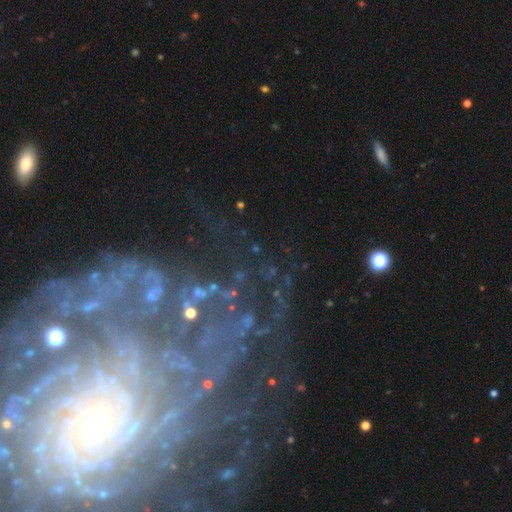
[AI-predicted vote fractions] Q: Smooth or featured?
A: featured or disk (81%); runner-up: star or artifact (12%)
Q: Edge-on disk?
A: no (96%); runner-up: yes (4%)
Q: Bar?
A: no (73%); runner-up: weak (16%)
Q: Spiral arms?
A: yes (91%); runner-up: no (9%)
Q: Spiral winding?
A: tight (77%); runner-up: medium (16%)
Q: Spiral arm count?
A: can't tell (28%); runner-up: more than 4 (27%)
Q: Bulge size?
A: small (81%); runner-up: moderate (10%)
Q: Merging?
A: none (66%); runner-up: minor disturbance (15%)